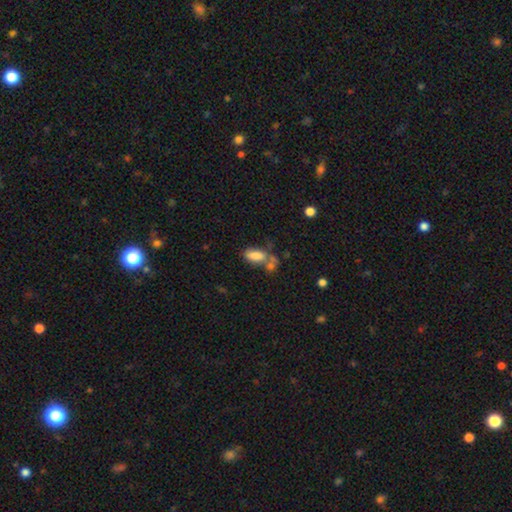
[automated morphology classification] Smooth or featured? smooth (80%)
How rounded? in between (87%)
Merging? none (40%)